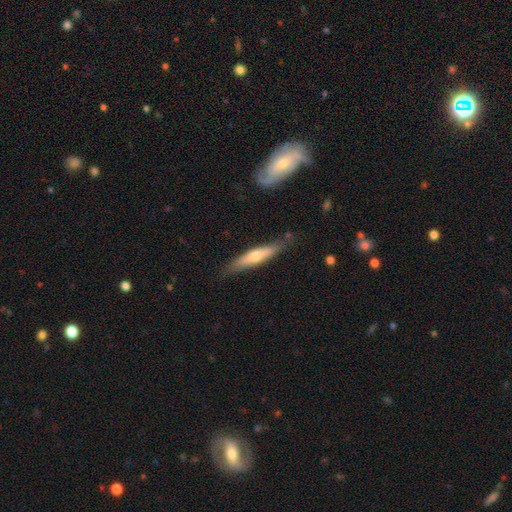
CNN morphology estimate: Smooth or featured? featured or disk (51%)
Edge-on disk? yes (88%)
Merging? none (81%)